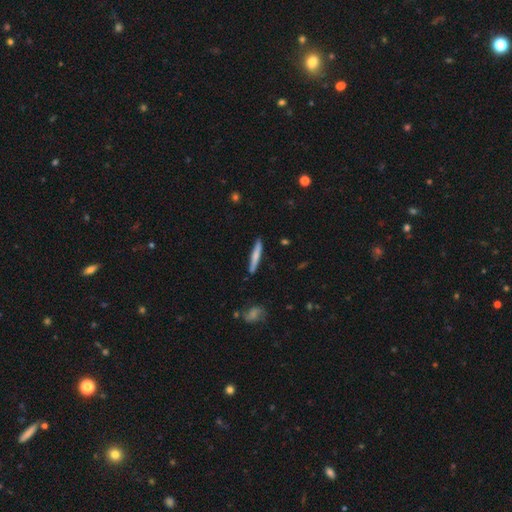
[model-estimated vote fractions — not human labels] Smooth or featured? Predicted: smooth (p=0.67). How rounded? Predicted: cigar-shaped (p=0.95). Merging? Predicted: none (p=0.88).